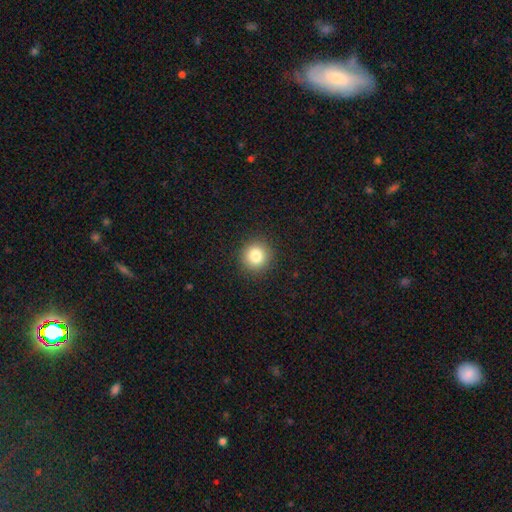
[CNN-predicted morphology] Overall: smooth (83%). How rounded: round (92%). Merging: none (91%).